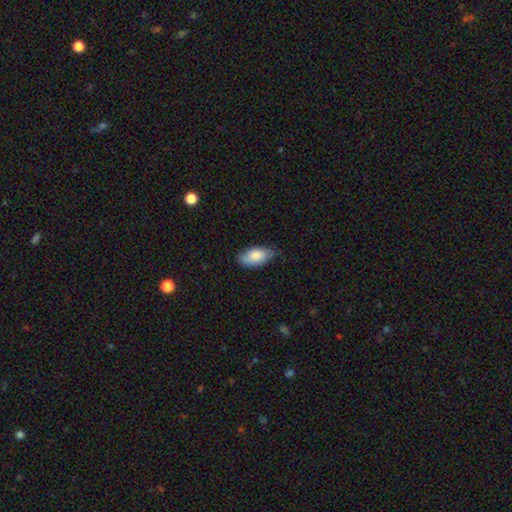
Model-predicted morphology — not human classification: Smooth or featured?
  - smooth: 79% *
  - featured or disk: 15%
  - star or artifact: 6%
How rounded?
  - in between: 93% *
  - cigar-shaped: 4%
  - round: 3%
Merging?
  - none: 66% *
  - minor disturbance: 28%
  - major disturbance: 4%
  - merger: 1%